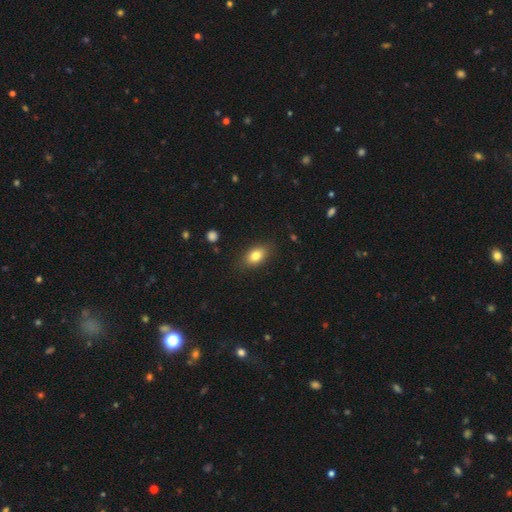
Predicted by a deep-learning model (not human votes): smooth_or_featured: smooth (p=0.80) [alt: featured or disk p=0.11]
how_rounded: in between (p=0.82) [alt: round p=0.15]
merging: none (p=0.84) [alt: minor disturbance p=0.12]